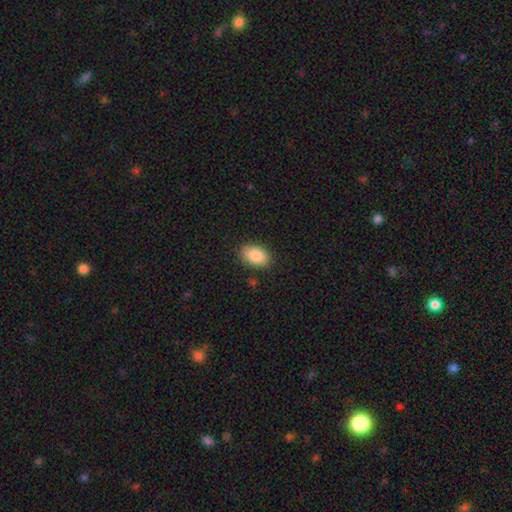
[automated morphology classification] The model was most divided on "merging": none: 86%, minor disturbance: 11%, major disturbance: 3%, merger: 1%. More confident: how rounded — in between (90%); smooth or featured — smooth (87%).